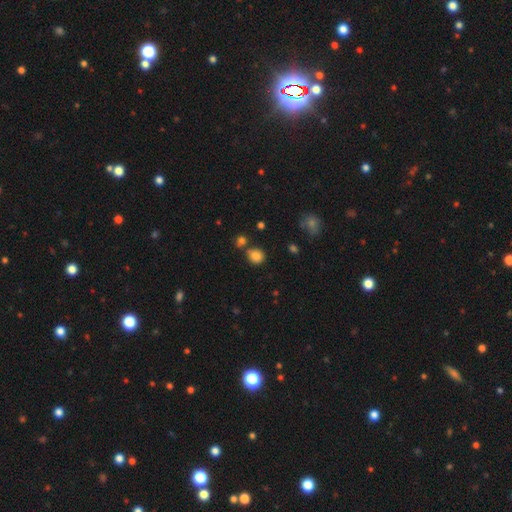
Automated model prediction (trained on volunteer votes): The model was most divided on "how rounded": round: 78%, in between: 21%, cigar-shaped: 1%. More confident: smooth or featured — smooth (83%); merging — none (70%).